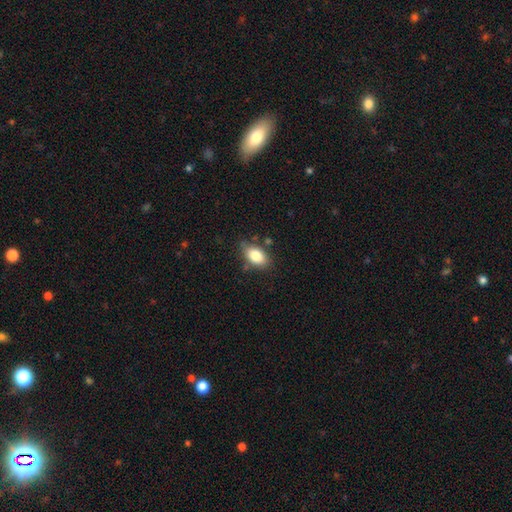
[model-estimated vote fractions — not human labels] smooth 83%, featured or disk 9%, star or artifact 8%. Down the decision tree: how rounded — in between (89%); merging — none (75%).